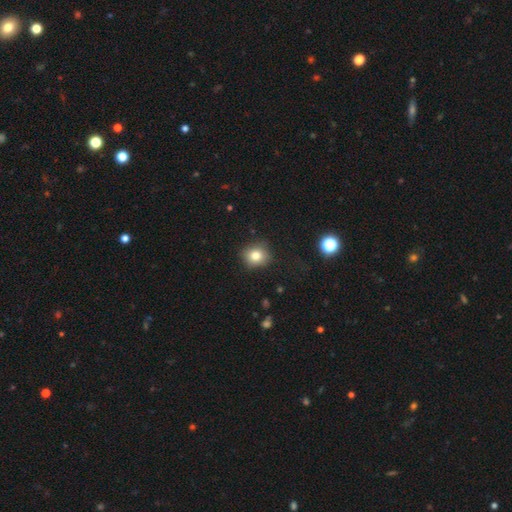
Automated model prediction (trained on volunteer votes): smooth 81%, star or artifact 12%, featured or disk 7%. Down the decision tree: how rounded — round (82%); merging — none (86%).